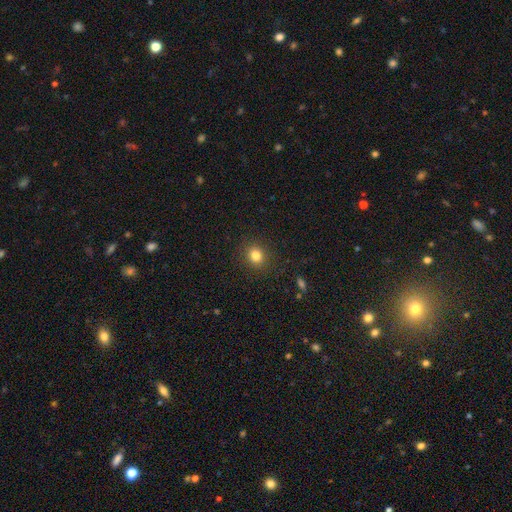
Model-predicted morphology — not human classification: This appears to be a smooth galaxy with no disk features (82%) that is round (75%). Merging: none (89%).